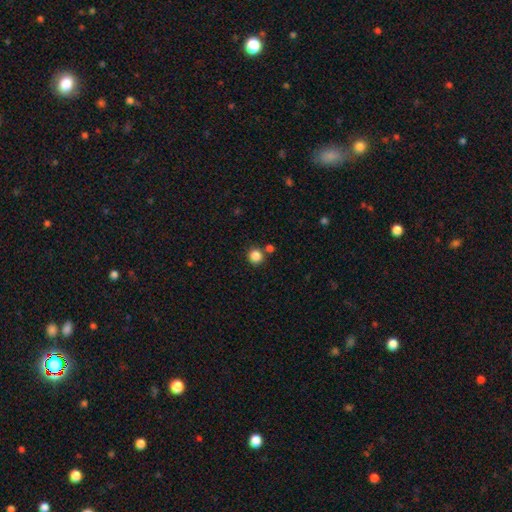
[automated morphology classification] type=smooth (85%); roundness=round (94%); merging=none (80%).